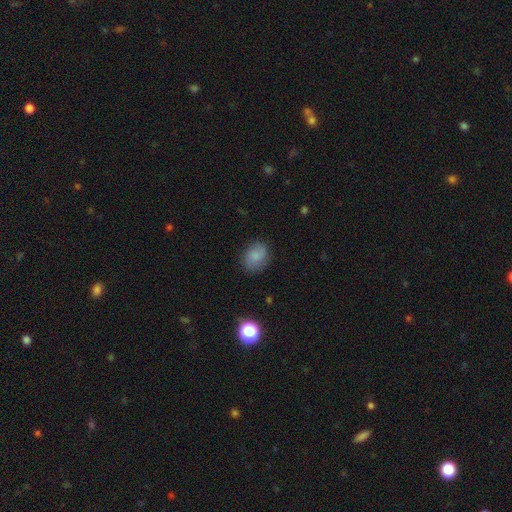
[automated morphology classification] smooth-or-featured: smooth: 80% | featured or disk: 10% | star or artifact: 10%
  how-rounded: in between: 60% | round: 39% | cigar-shaped: 1%
  merging: none: 79% | minor disturbance: 16% | major disturbance: 4% | merger: 1%